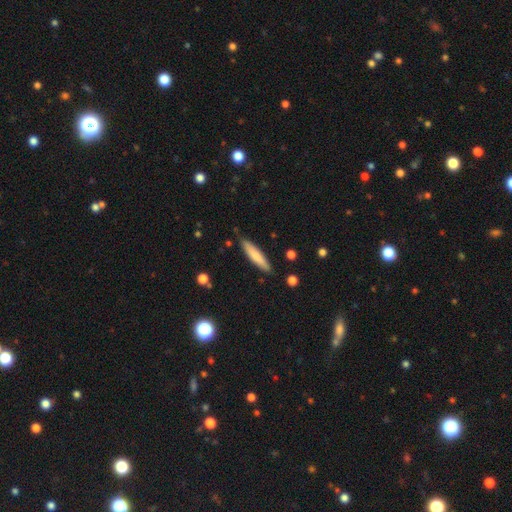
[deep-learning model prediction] Smooth or featured: smooth — 75% (featured or disk — 19%)
How rounded: cigar-shaped — 84% (in between — 14%)
Merging: none — 84% (minor disturbance — 12%)